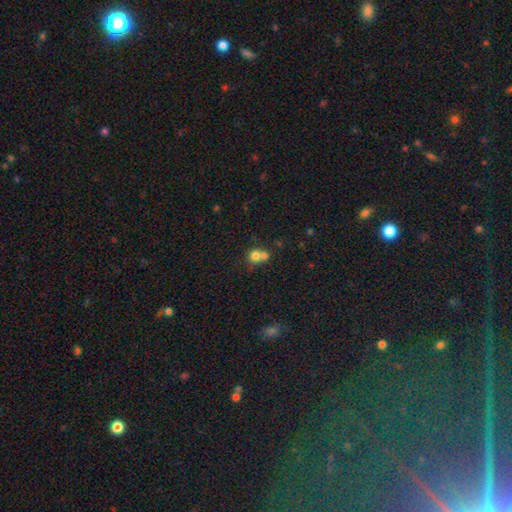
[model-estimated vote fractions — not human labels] Smooth or featured? smooth (74%)
How rounded? round (80%)
Merging? merger (58%)